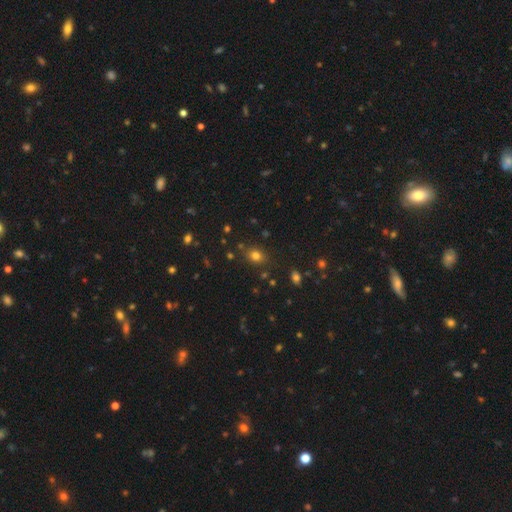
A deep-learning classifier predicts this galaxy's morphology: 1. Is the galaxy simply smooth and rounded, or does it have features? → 76% smooth, 17% star or artifact, 7% featured or disk.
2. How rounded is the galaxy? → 54% round, 45% in between, 1% cigar-shaped.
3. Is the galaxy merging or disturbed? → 80% none, 12% minor disturbance, 4% merger, 4% major disturbance.